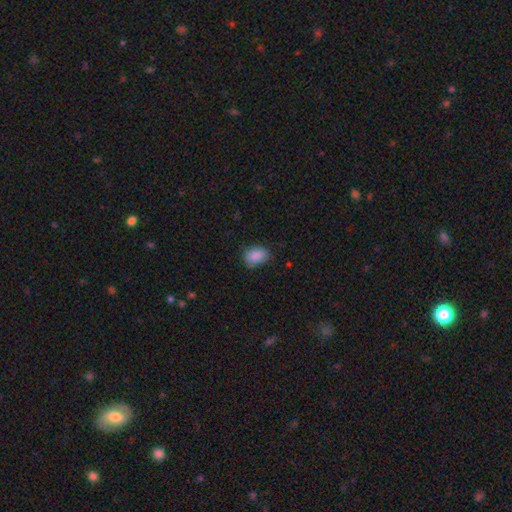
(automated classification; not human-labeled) This is clearly a smooth galaxy (88%). How rounded: likely in between (78%). Merging: likely none (71%).